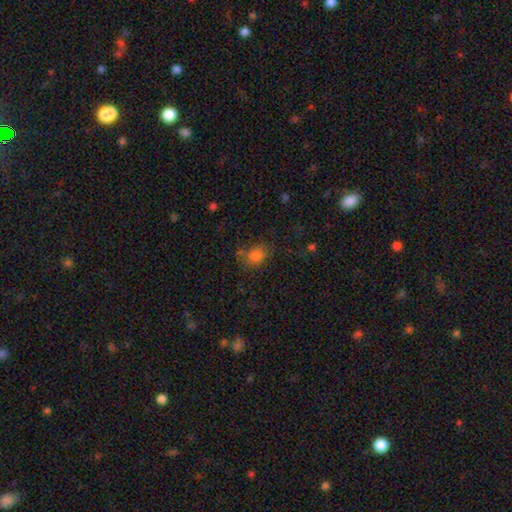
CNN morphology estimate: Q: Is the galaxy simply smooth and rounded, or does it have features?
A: smooth — 78%.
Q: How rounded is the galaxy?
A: in between — 53%.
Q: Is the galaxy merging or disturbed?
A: none — 62%.